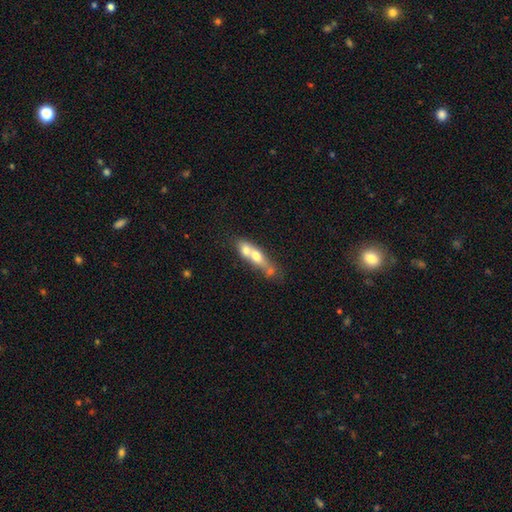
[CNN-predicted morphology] Smooth or featured? Predicted: smooth (p=0.54). How rounded? Predicted: in between (p=0.47). Merging? Predicted: merger (p=0.68).